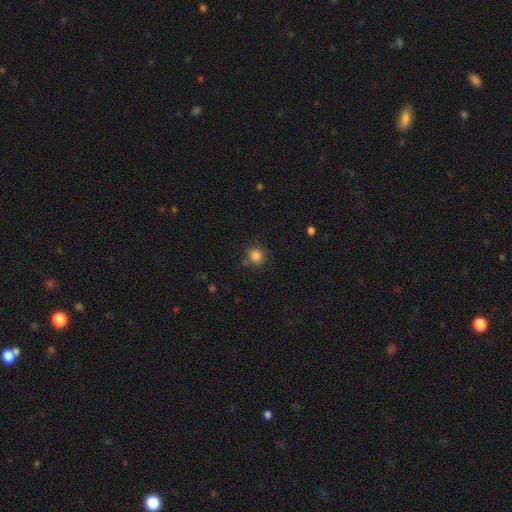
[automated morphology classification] A smooth galaxy with no disk features (85%) that is round (90%). Merging: none (81%).